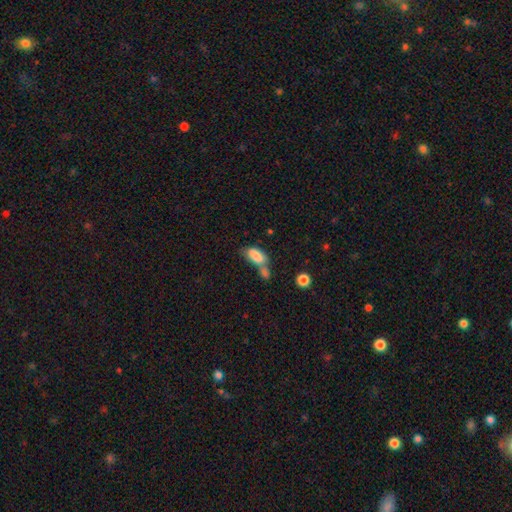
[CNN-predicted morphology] A smooth galaxy with no disk features (78%) that is in between round and cigar-shaped (88%). Merging: merger (53%).